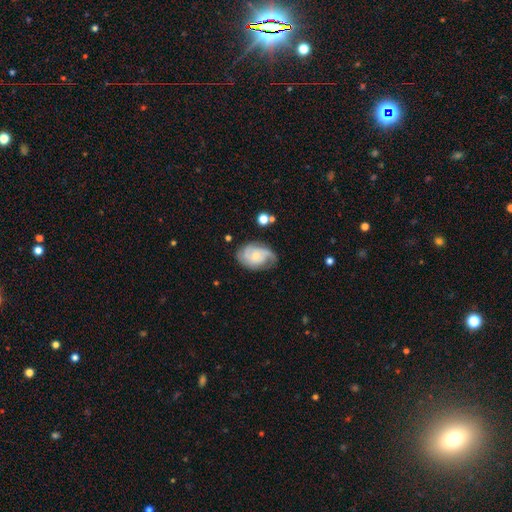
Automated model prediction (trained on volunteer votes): A featured or disk galaxy (74%) with no bar (71%), 2 (35%) tight (42%) spiral arms (93%) and a small central bulge (61%). Merging: none (62%).